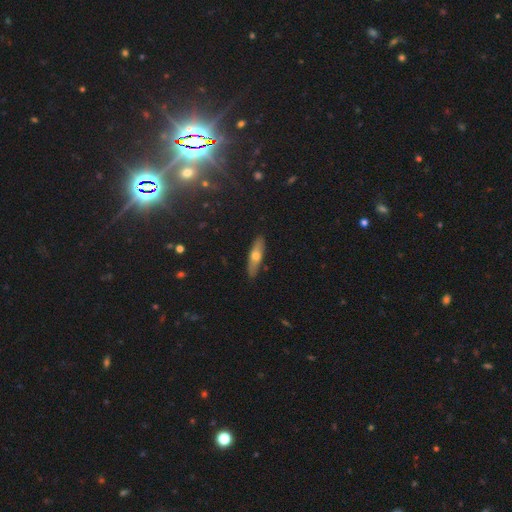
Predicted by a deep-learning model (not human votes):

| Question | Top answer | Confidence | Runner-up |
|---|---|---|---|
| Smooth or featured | smooth | 54% | featured or disk (39%) |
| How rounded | cigar-shaped | 66% | in between (31%) |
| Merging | none | 88% | minor disturbance (9%) |